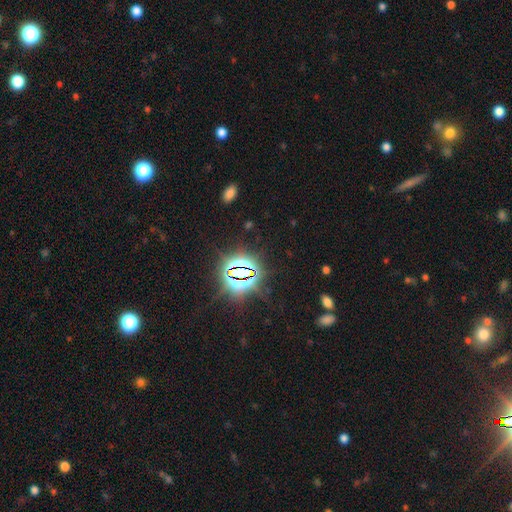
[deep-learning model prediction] Smooth or featured: star or artifact — 81% (smooth — 12%)